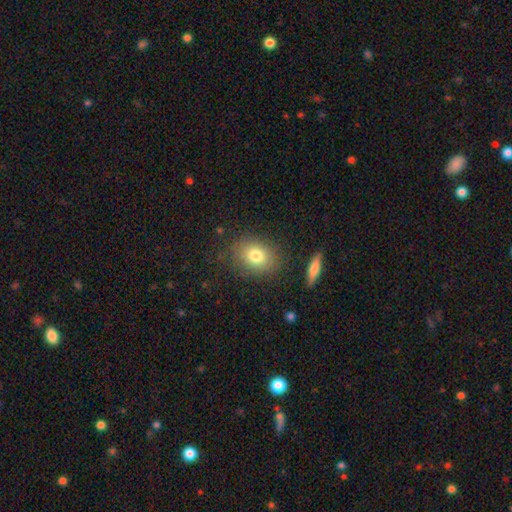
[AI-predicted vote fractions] Smooth or featured? Predicted: smooth (p=0.79). How rounded? Predicted: in between (p=0.57). Merging? Predicted: none (p=0.83).